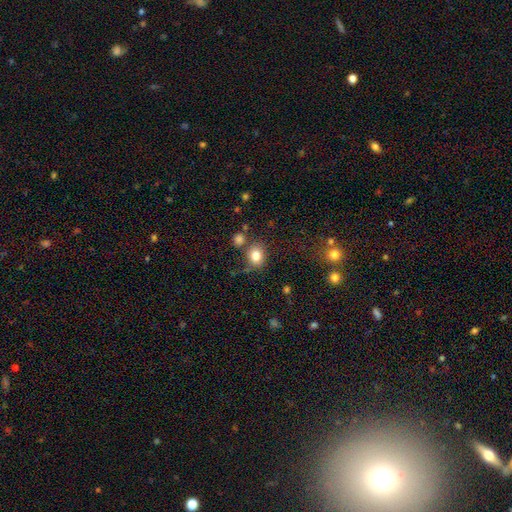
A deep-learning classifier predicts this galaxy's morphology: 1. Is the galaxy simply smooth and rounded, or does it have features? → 81% smooth, 12% star or artifact, 8% featured or disk.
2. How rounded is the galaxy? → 61% round, 38% in between, 1% cigar-shaped.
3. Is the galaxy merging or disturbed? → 75% none, 12% minor disturbance, 8% merger, 4% major disturbance.